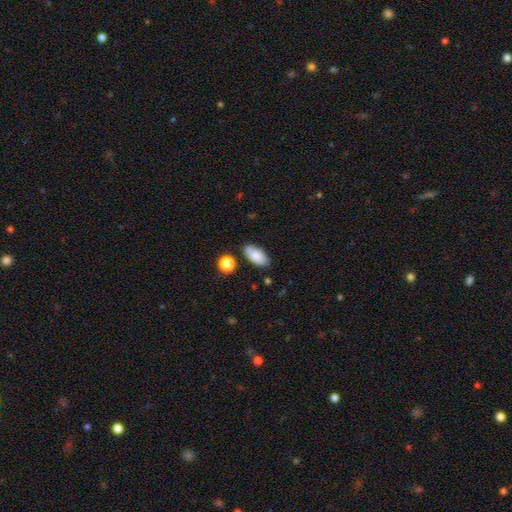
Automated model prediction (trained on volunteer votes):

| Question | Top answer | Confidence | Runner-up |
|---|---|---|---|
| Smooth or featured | smooth | 82% | featured or disk (10%) |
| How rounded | in between | 91% | cigar-shaped (5%) |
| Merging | none | 75% | minor disturbance (16%) |